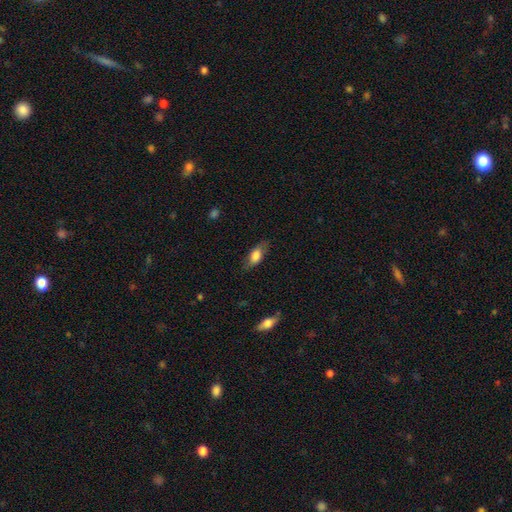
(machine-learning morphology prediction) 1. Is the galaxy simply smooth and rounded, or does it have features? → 74% smooth, 19% featured or disk, 7% star or artifact.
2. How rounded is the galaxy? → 81% in between, 15% cigar-shaped, 4% round.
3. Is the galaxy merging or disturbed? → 76% none, 18% minor disturbance, 5% major disturbance, 1% merger.